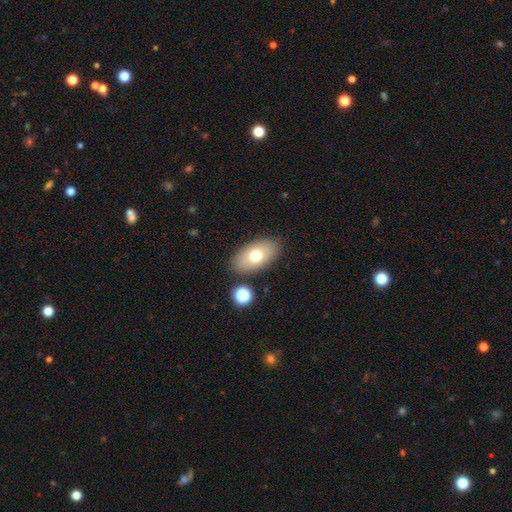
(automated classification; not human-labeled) A smooth galaxy with no disk features (72%) that is in between round and cigar-shaped (92%). Merging: none (86%).